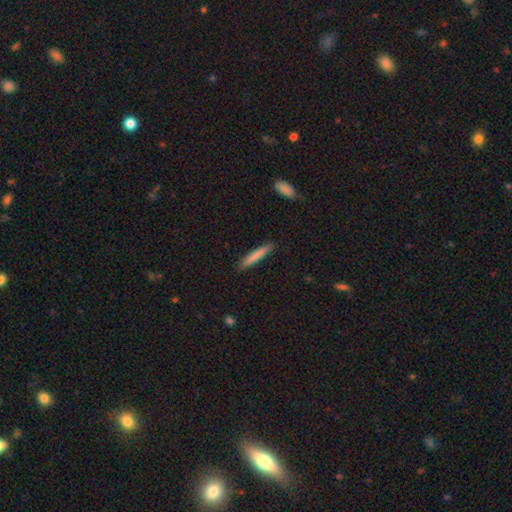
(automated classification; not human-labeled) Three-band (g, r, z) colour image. It shows a smooth galaxy with no disk features (78%) that is cigar-shaped (94%). Merging: none (89%).